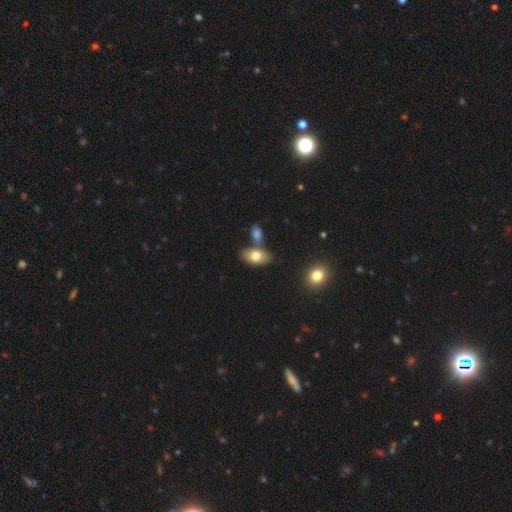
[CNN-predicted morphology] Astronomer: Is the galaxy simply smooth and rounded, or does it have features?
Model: smooth — 77%.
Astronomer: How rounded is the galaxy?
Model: in between — 91%.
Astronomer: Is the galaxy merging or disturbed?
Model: none — 64%.